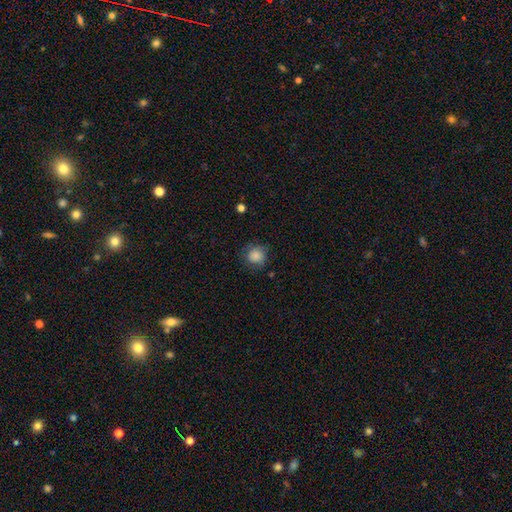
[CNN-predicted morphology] The model was most divided on "merging": none: 72%, minor disturbance: 20%, major disturbance: 7%, merger: 1%. More confident: how rounded — round (88%); smooth or featured — smooth (83%).